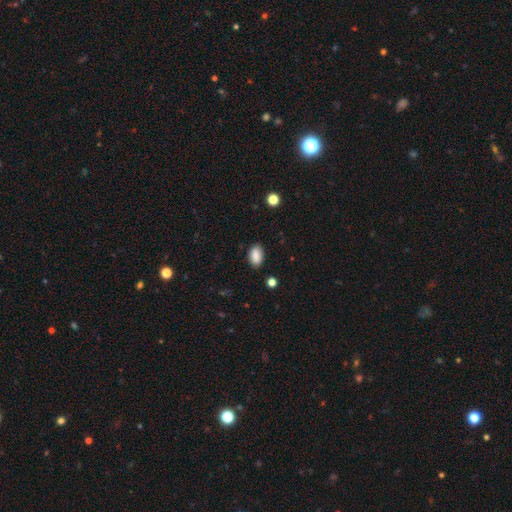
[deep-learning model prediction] smooth-or-featured: smooth: 88% | star or artifact: 8% | featured or disk: 4%
  how-rounded: in between: 90% | round: 8% | cigar-shaped: 2%
  merging: none: 85% | minor disturbance: 11% | major disturbance: 2% | merger: 1%